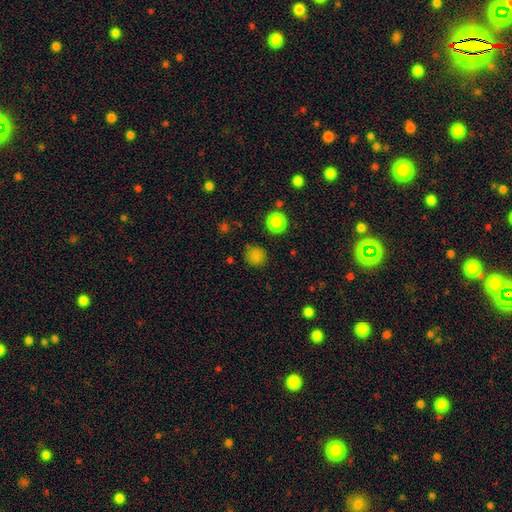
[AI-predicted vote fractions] smooth 81%, star or artifact 16%, featured or disk 4%. Down the decision tree: how rounded — round (91%); merging — none (83%).